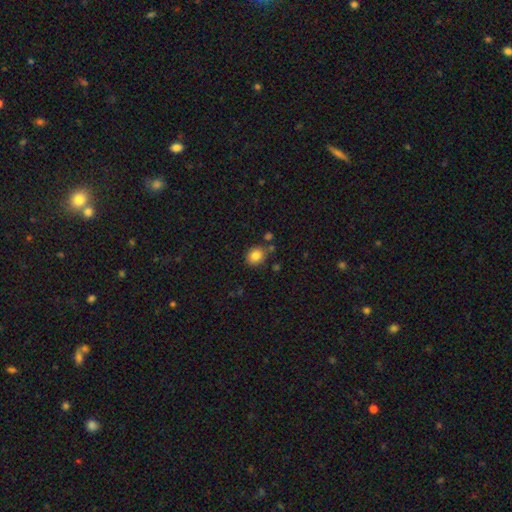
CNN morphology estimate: A smooth galaxy with no disk features (84%) that is round (66%). Merging: none (78%).